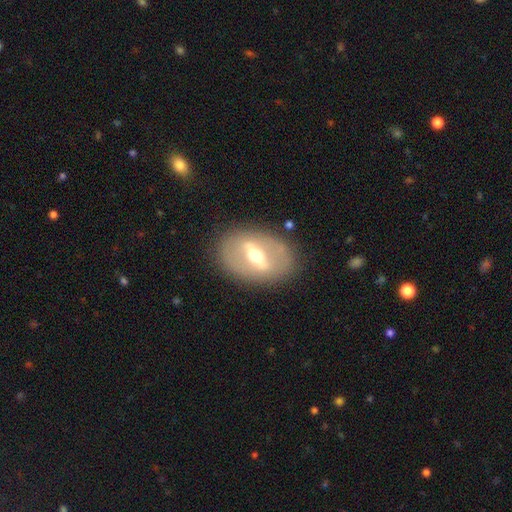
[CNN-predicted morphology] This is likely a featured or disk galaxy (68%). It is clearly not viewed edge-on (82%). Bar: likely strong (66%). Spiral arm pattern: clearly no (82%). Central bulge: likely moderate (70%). Merging: clearly none (83%).